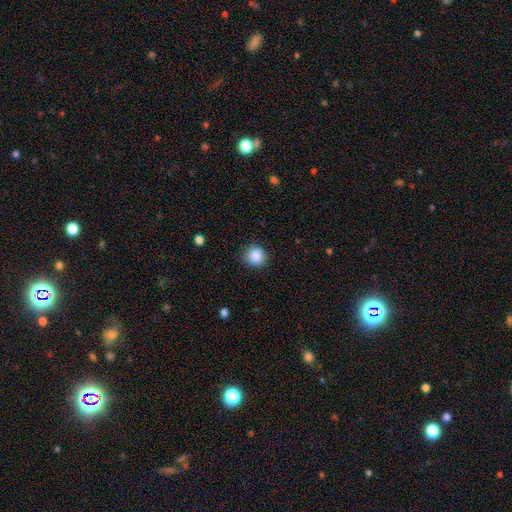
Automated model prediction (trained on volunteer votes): A smooth galaxy with no disk features (87%) that is round (86%). Merging: none (85%).